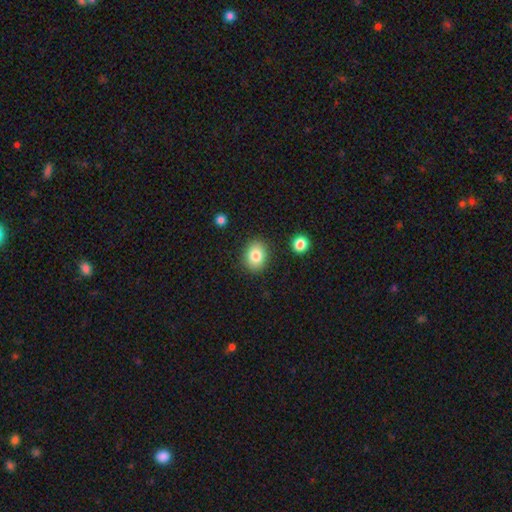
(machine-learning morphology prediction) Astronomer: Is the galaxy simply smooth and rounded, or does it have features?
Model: smooth — 82%.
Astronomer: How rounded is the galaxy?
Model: in between — 55% (runner-up: round, 44%).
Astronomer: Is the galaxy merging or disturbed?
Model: none — 87%.